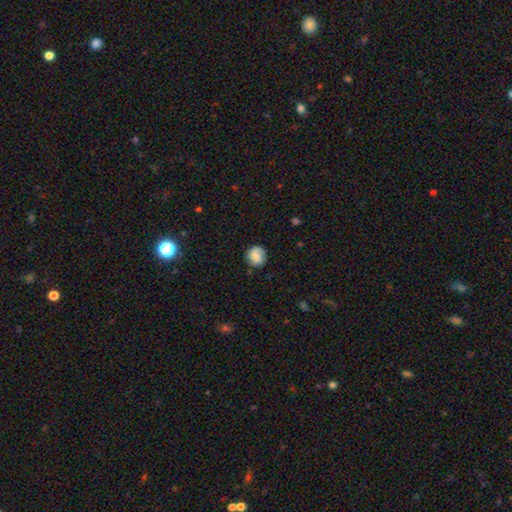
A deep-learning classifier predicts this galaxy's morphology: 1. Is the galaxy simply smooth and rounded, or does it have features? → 76% smooth, 16% featured or disk, 8% star or artifact.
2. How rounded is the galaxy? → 85% round, 14% in between, 1% cigar-shaped.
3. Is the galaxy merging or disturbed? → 77% none, 16% minor disturbance, 5% major disturbance, 2% merger.